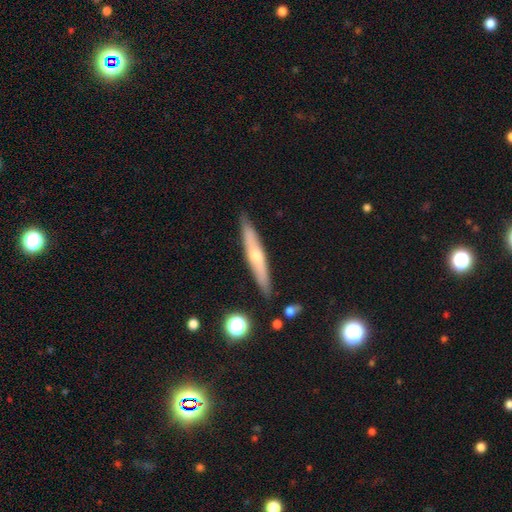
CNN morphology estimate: A featured or disk galaxy (53%) viewed edge-on (89%). Merging: none (87%).